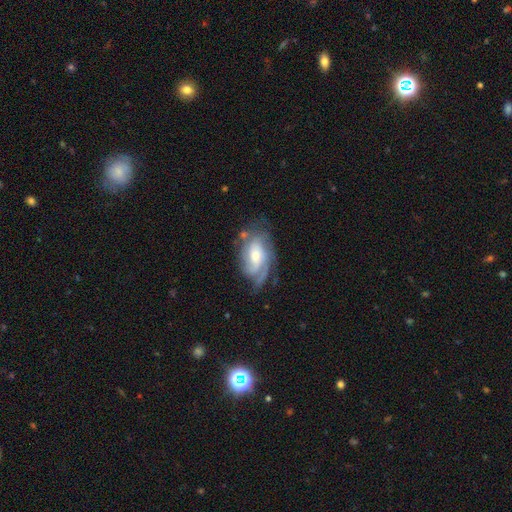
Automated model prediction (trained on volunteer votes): Smooth or featured? featured or disk (78%)
Edge-on disk? no (96%)
Bar? no (54%)
Spiral arms? yes (92%)
Spiral winding? tight (49%)
Spiral arm count? can't tell (32%)
Bulge size? moderate (56%)
Merging? none (60%)